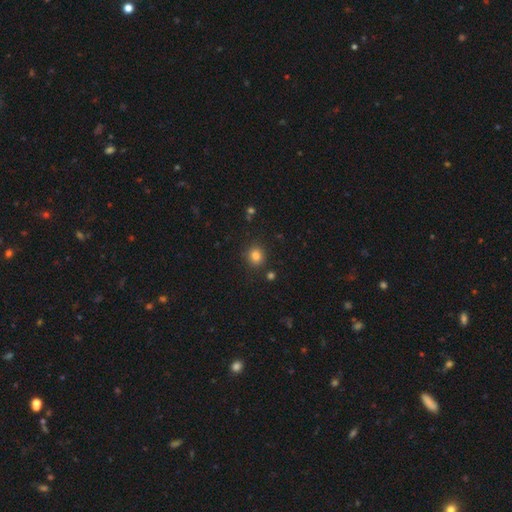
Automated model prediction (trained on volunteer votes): This is clearly a smooth galaxy (82%). How rounded: clearly round (83%). Merging: clearly none (86%).